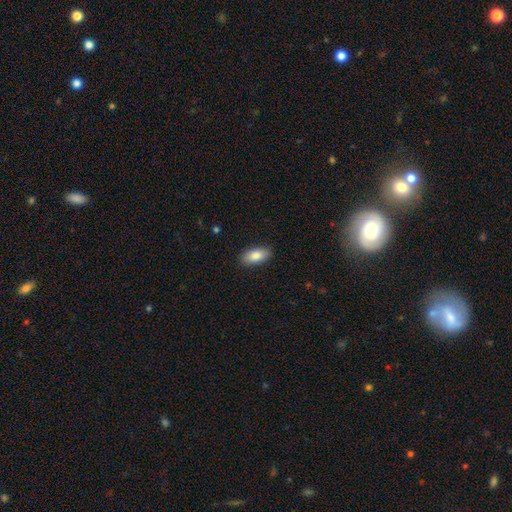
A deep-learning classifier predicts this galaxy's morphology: smooth-or-featured: smooth: 85% | featured or disk: 9% | star or artifact: 6%
  how-rounded: in between: 90% | cigar-shaped: 7% | round: 3%
  merging: none: 88% | minor disturbance: 9% | major disturbance: 2% | merger: 1%